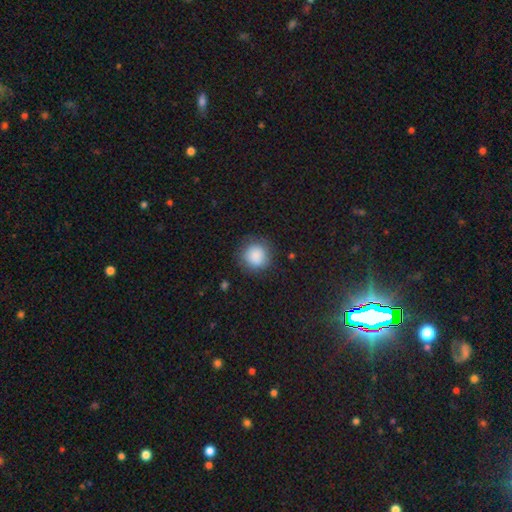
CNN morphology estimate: Q: Smooth or featured?
A: smooth (87%); runner-up: star or artifact (9%)
Q: How rounded?
A: round (92%); runner-up: in between (7%)
Q: Merging?
A: none (84%); runner-up: minor disturbance (11%)